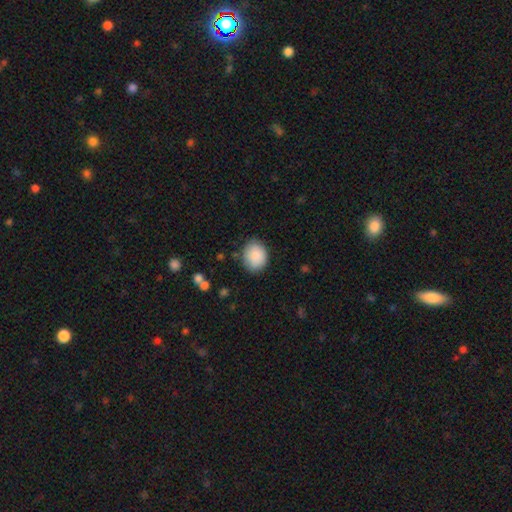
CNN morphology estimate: Smooth or featured? Predicted: smooth (p=0.88). How rounded? Predicted: round (p=0.54). Merging? Predicted: none (p=0.80).